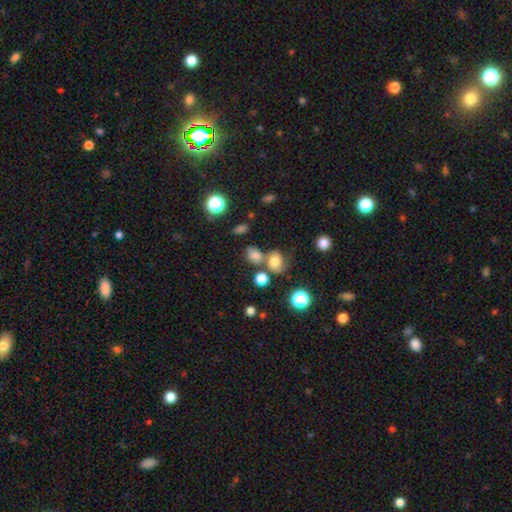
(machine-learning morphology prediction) This is likely a smooth galaxy (69%). How rounded: possibly round (60%). Merging: possibly none (53%).